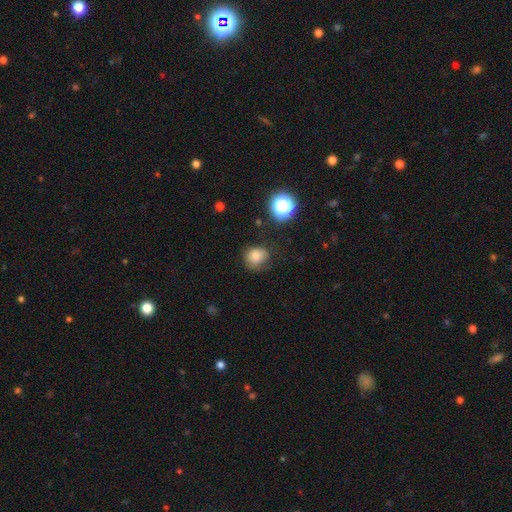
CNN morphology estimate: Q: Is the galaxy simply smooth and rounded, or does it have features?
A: smooth — 77%.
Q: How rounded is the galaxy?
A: round — 73%.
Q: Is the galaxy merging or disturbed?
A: none — 61%.